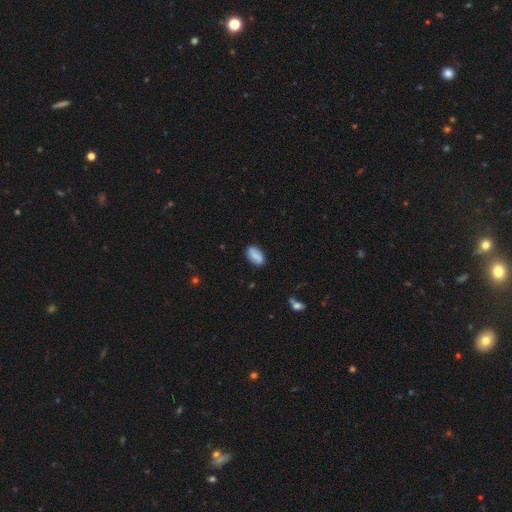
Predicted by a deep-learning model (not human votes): Smooth or featured? Predicted: smooth (p=0.76). How rounded? Predicted: in between (p=0.90). Merging? Predicted: none (p=0.76).